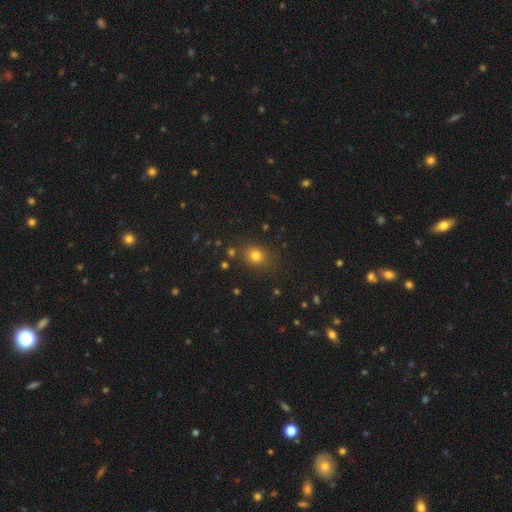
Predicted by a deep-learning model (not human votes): Smooth or featured: smooth — 77% (star or artifact — 15%)
How rounded: round — 66% (in between — 33%)
Merging: none — 81% (minor disturbance — 11%)